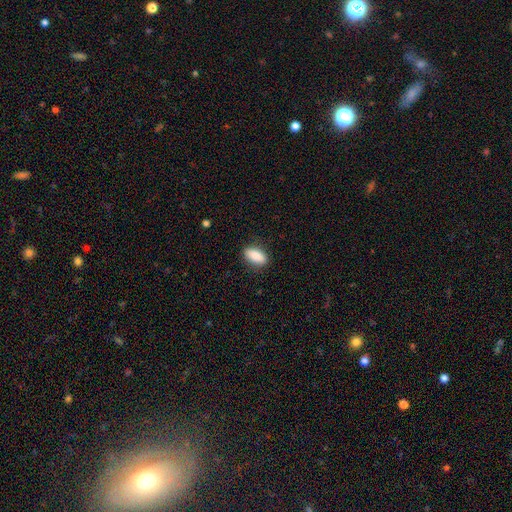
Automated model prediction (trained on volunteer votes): A smooth galaxy with no disk features (88%) that is in between round and cigar-shaped (86%). Merging: none (86%).